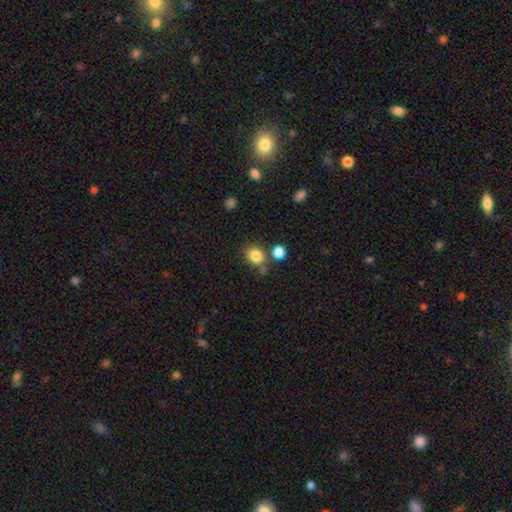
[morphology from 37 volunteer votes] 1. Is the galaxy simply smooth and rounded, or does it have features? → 89% smooth, 8% star or artifact, 3% featured or disk.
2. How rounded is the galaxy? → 76% round, 24% in between, 0% cigar-shaped.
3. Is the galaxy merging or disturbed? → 59% none, 21% merger, 18% minor disturbance, 3% major disturbance.